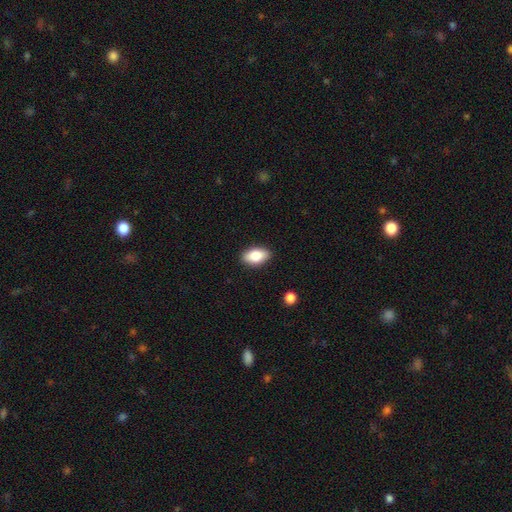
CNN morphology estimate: Smooth or featured? smooth (83%)
How rounded? in between (92%)
Merging? none (88%)